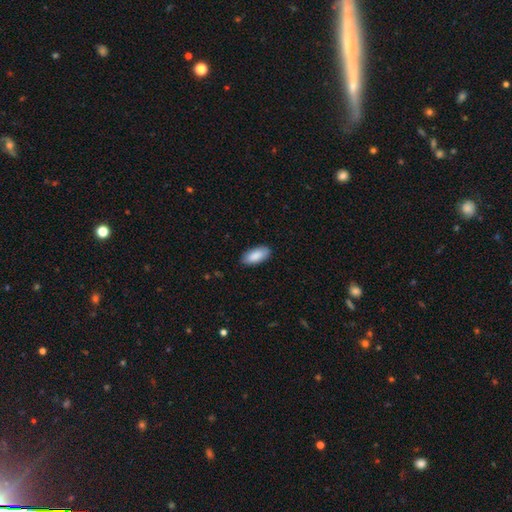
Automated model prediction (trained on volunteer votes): Smooth or featured? smooth (88%)
How rounded? in between (91%)
Merging? none (86%)